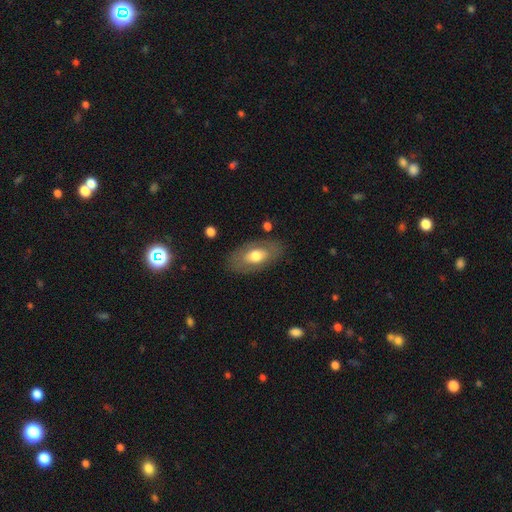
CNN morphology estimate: smooth_or_featured: smooth (p=0.58) [alt: featured or disk p=0.36]
how_rounded: in between (p=0.91) [alt: round p=0.06]
merging: none (p=0.81) [alt: minor disturbance p=0.13]